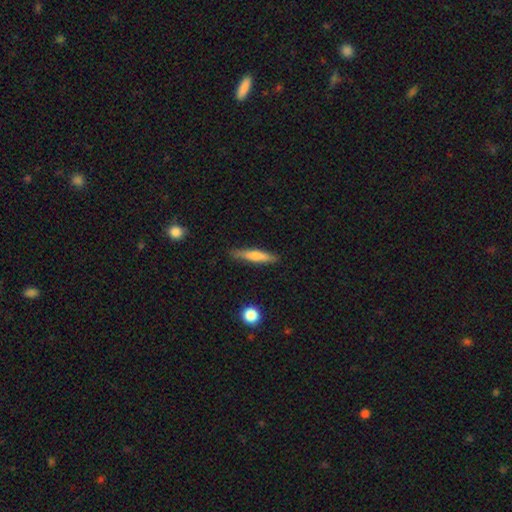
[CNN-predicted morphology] Smooth or featured? smooth (62%)
How rounded? cigar-shaped (87%)
Merging? none (85%)